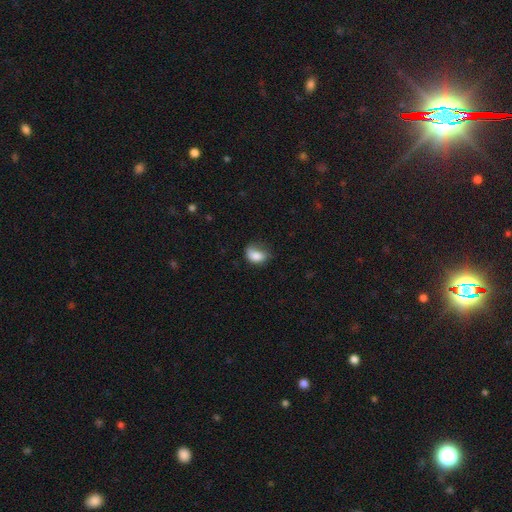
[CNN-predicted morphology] type=smooth (80%); roundness=in between (79%); merging=minor disturbance (38%).